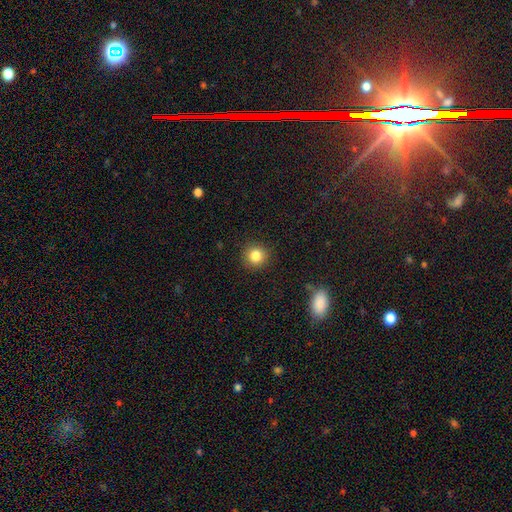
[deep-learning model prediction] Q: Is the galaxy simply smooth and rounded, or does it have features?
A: smooth — 84%.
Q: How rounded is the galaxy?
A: round — 92%.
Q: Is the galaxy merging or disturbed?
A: none — 91%.